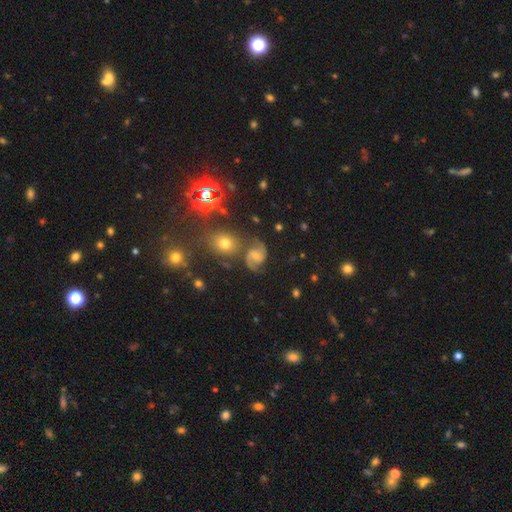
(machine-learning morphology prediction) featured or disk 80%, smooth 10%, star or artifact 10%. Down the decision tree: edge-on disk — no (98%); bar — no (56%); spiral arms — yes (97%); spiral arm count — 2 (92%); spiral winding — medium (56%); bulge size — small (49%); merging — none (66%).